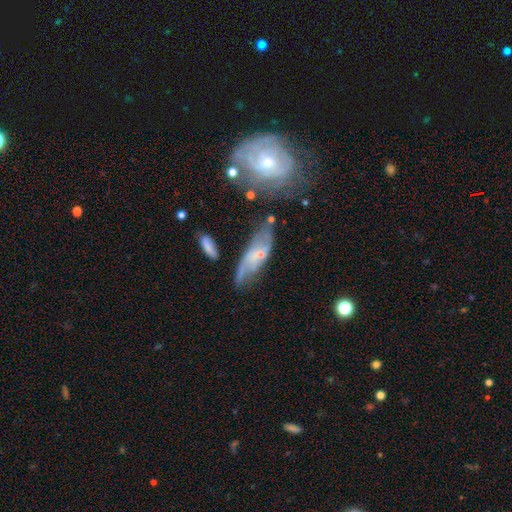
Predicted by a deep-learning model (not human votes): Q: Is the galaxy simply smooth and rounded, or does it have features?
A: featured or disk — 61%.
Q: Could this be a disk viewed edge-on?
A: no — 83%.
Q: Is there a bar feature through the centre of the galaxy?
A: no — 62%.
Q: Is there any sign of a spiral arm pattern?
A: yes — 74%.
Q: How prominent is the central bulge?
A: small — 68%.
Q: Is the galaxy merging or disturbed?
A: none — 43%.